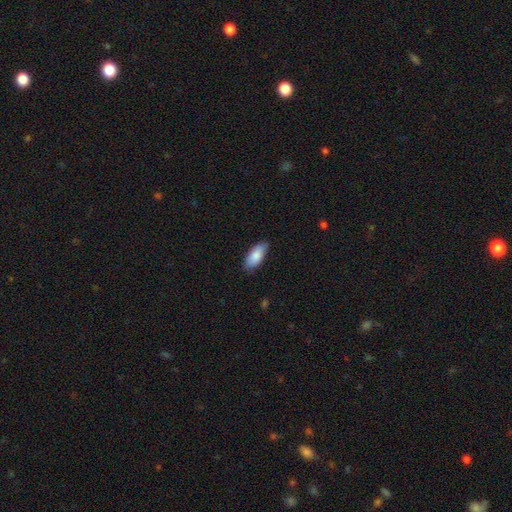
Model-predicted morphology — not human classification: Smooth or featured? smooth (85%)
How rounded? in between (87%)
Merging? none (82%)